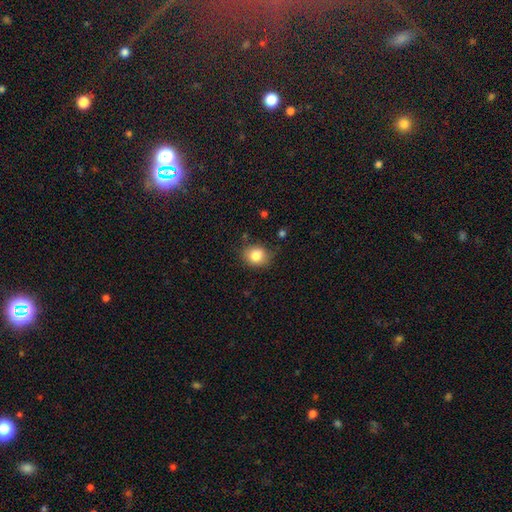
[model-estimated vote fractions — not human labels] smooth-or-featured: smooth: 82% | star or artifact: 10% | featured or disk: 7%
  how-rounded: round: 66% | in between: 33% | cigar-shaped: 1%
  merging: none: 78% | minor disturbance: 17% | major disturbance: 4% | merger: 2%